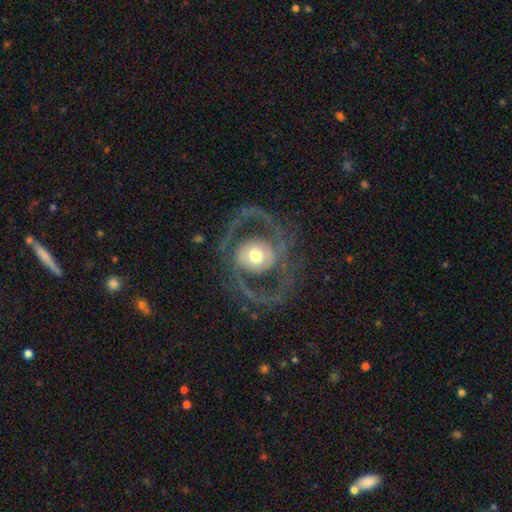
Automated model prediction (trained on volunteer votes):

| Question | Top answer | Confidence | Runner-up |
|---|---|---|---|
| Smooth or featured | featured or disk | 81% | smooth (13%) |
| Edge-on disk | no | 97% | yes (3%) |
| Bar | no | 65% | weak (23%) |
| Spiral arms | yes | 81% | no (19%) |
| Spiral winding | medium | 48% | loose (32%) |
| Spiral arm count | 2 | 79% | can't tell (7%) |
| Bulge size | moderate | 59% | large (26%) |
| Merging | none | 68% | major disturbance (18%) |